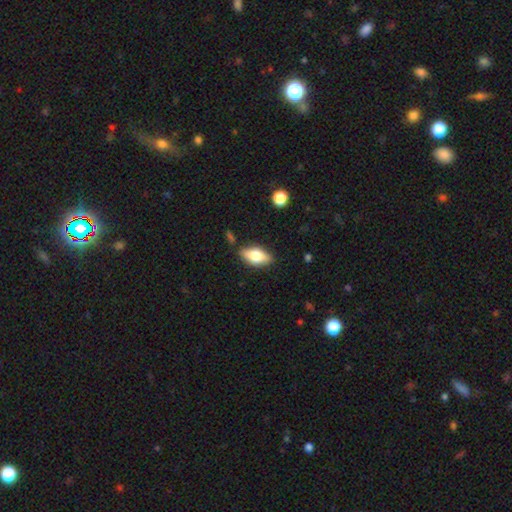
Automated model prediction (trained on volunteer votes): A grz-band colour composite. It shows a smooth galaxy with no disk features (61%) that is in between round and cigar-shaped (83%). Merging: none (82%).